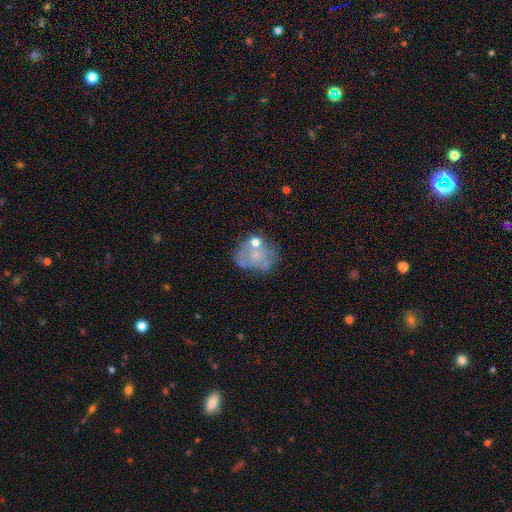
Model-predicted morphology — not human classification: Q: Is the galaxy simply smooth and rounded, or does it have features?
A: featured or disk — 46%.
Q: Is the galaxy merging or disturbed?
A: none — 45%.